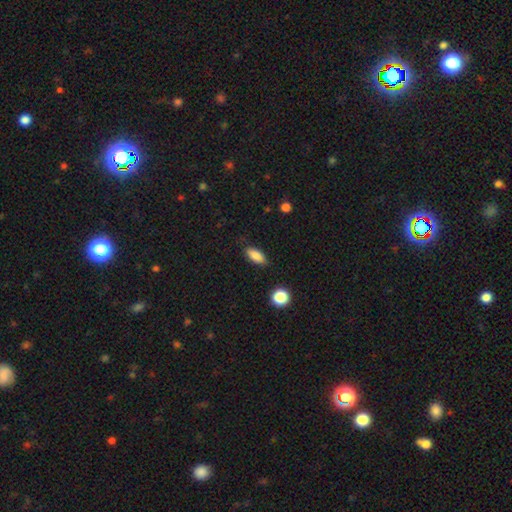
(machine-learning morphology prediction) smooth-or-featured: smooth: 86% | star or artifact: 8% | featured or disk: 6%
  how-rounded: in between: 83% | cigar-shaped: 14% | round: 4%
  merging: none: 83% | minor disturbance: 13% | major disturbance: 3% | merger: 1%